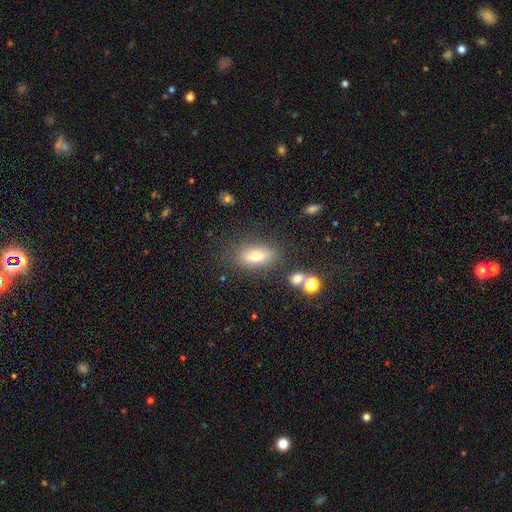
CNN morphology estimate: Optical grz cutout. It shows a smooth galaxy with no disk features (68%) that is in between round and cigar-shaped (77%). Merging: none (79%).